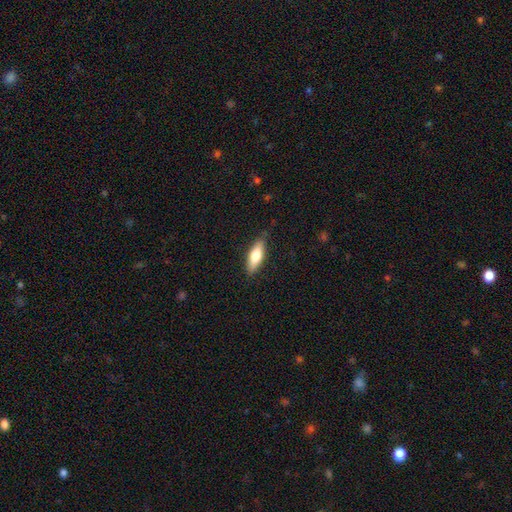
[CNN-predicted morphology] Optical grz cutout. It shows a smooth galaxy with no disk features (68%) that is in between round and cigar-shaped (58%). Merging: none (86%).